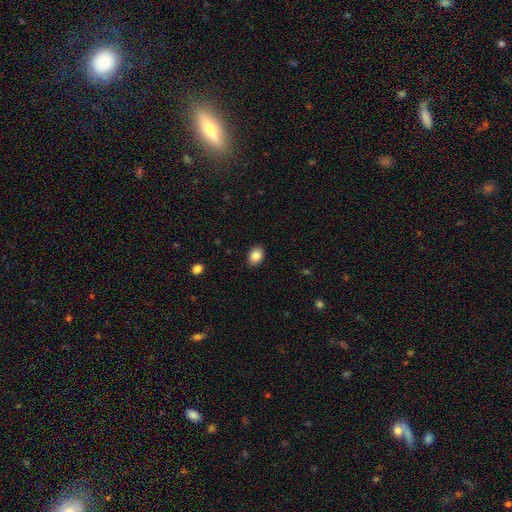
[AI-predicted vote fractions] Q: Smooth or featured?
A: smooth (86%); runner-up: star or artifact (8%)
Q: How rounded?
A: in between (72%); runner-up: round (27%)
Q: Merging?
A: none (89%); runner-up: minor disturbance (8%)